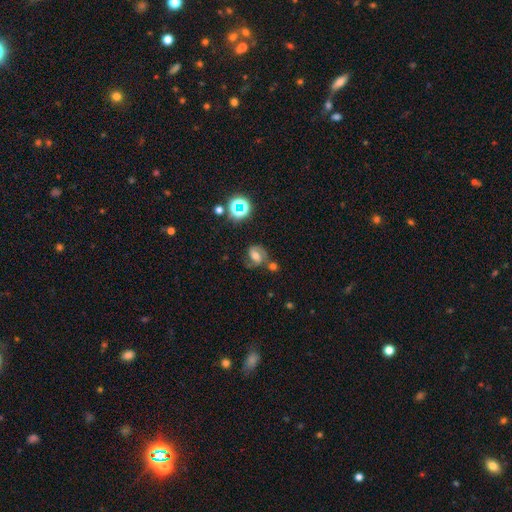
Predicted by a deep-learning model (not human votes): featured or disk 57%, smooth 26%, star or artifact 18%. Down the decision tree: edge-on disk — no (96%); bar — weak (43%); spiral arms — yes (85%); bulge size — moderate (65%); merging — none (56%).